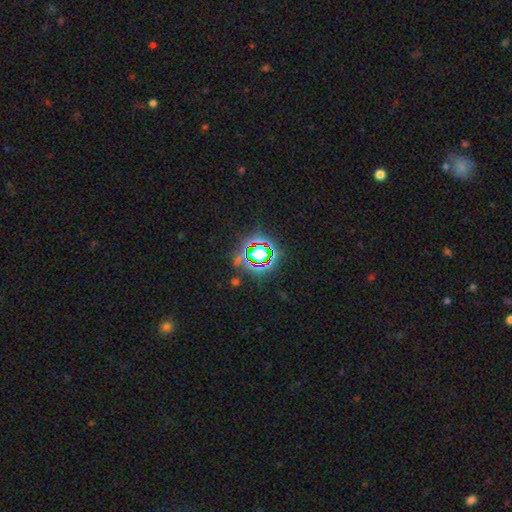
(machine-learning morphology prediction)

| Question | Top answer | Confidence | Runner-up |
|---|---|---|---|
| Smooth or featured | star or artifact | 77% | smooth (14%) |